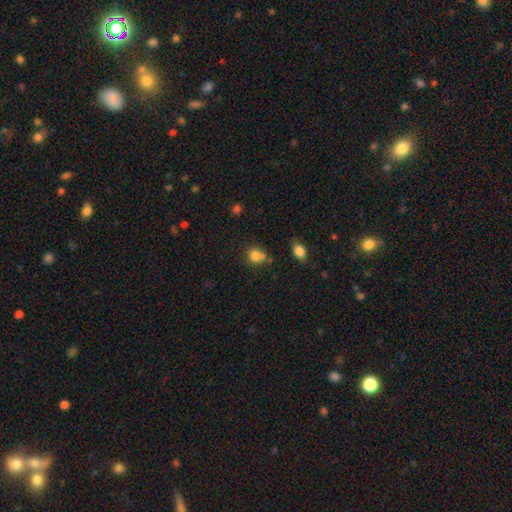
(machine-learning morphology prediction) The model was most divided on "merging": none: 58%, minor disturbance: 19%, merger: 18%, major disturbance: 6%. More confident: smooth or featured — smooth (81%); how rounded — round (75%).